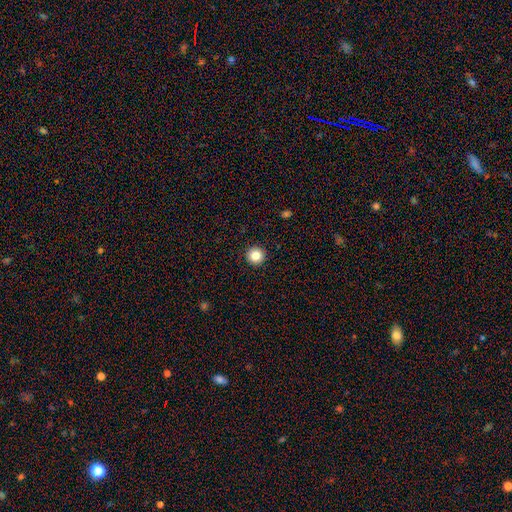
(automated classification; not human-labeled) Smooth or featured? Predicted: smooth (p=0.83). How rounded? Predicted: round (p=0.96). Merging? Predicted: none (p=0.94).